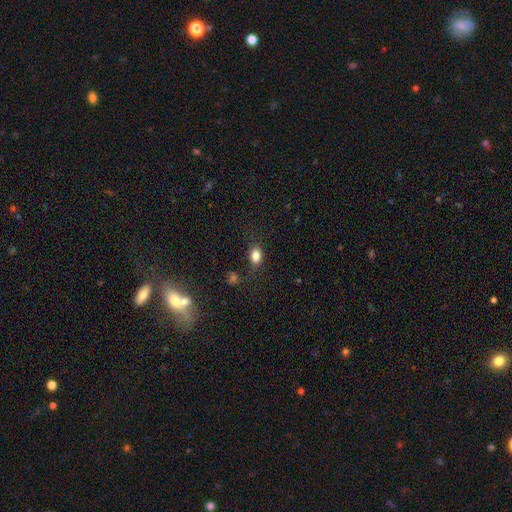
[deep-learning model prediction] Overall: smooth (82%). How rounded: in between (64%; round 35%). Merging: none (76%).